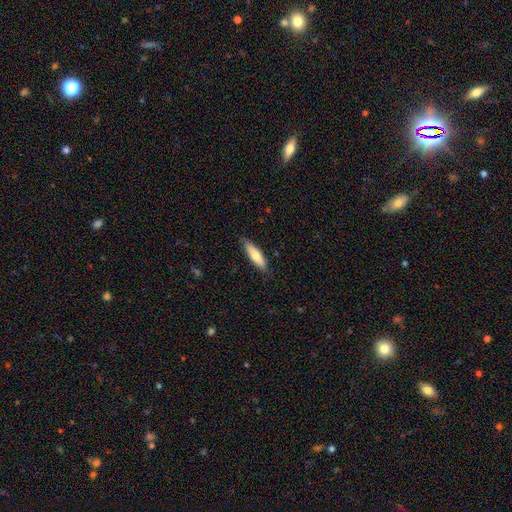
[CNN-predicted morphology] Smooth or featured?
  - smooth: 73% *
  - featured or disk: 22%
  - star or artifact: 6%
How rounded?
  - cigar-shaped: 64% *
  - in between: 35%
  - round: 1%
Merging?
  - none: 81% *
  - minor disturbance: 15%
  - major disturbance: 2%
  - merger: 1%